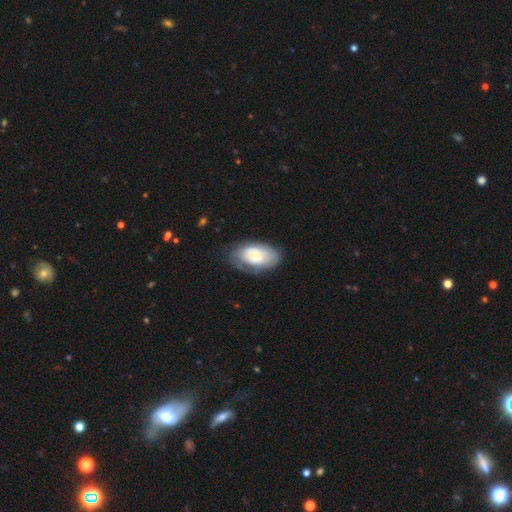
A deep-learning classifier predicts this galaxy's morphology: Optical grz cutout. It shows a smooth galaxy with no disk features (50%) that is in between round and cigar-shaped (91%). Merging: none (63%).